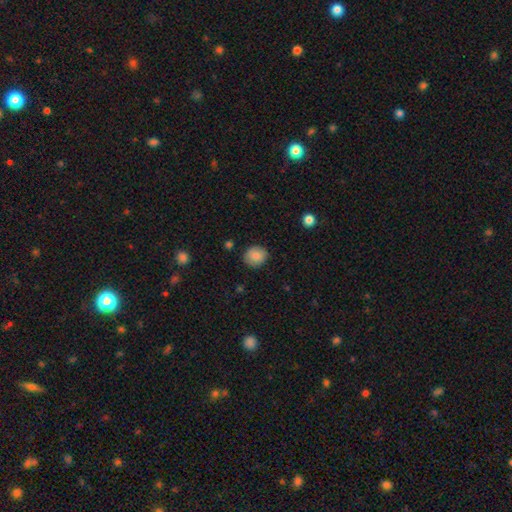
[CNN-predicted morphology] This is clearly a smooth galaxy (87%). How rounded: likely round (75%). Merging: clearly none (85%).